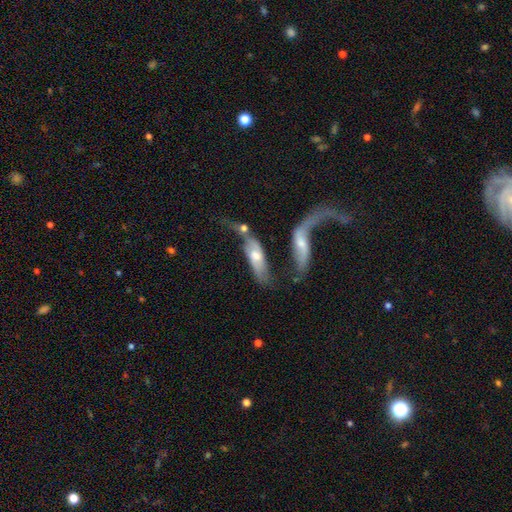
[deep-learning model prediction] featured or disk 53%, smooth 40%, star or artifact 6%. Down the decision tree: edge-on disk — no (67%); merging — merger (47%).